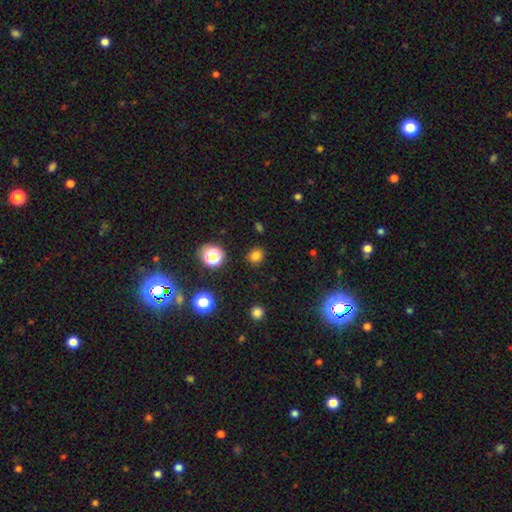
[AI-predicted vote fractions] Q: Smooth or featured?
A: smooth (76%); runner-up: star or artifact (19%)
Q: How rounded?
A: round (77%); runner-up: in between (22%)
Q: Merging?
A: none (86%); runner-up: minor disturbance (9%)